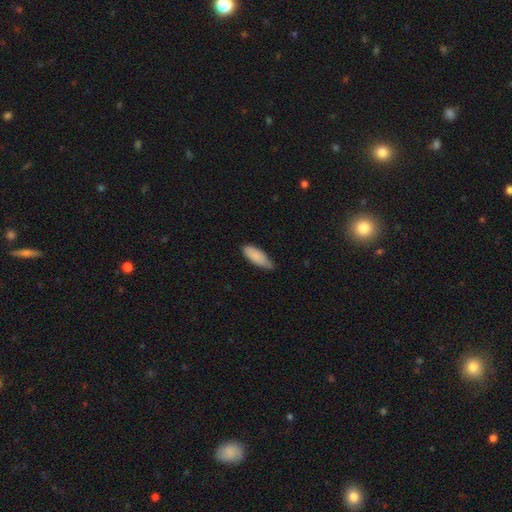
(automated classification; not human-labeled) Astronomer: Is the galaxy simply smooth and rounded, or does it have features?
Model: smooth — 88%.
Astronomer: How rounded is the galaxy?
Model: in between — 72%.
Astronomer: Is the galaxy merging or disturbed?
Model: none — 60% (runner-up: minor disturbance, 35%).